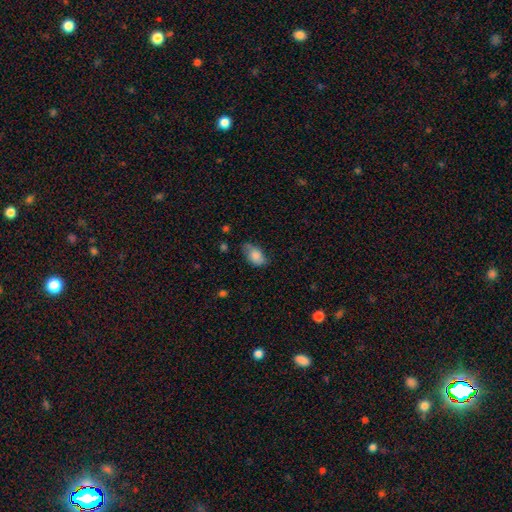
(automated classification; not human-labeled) Smooth or featured?
  - smooth: 80% *
  - featured or disk: 12%
  - star or artifact: 8%
How rounded?
  - in between: 90% *
  - round: 8%
  - cigar-shaped: 2%
Merging?
  - none: 58% *
  - minor disturbance: 31%
  - major disturbance: 9%
  - merger: 2%